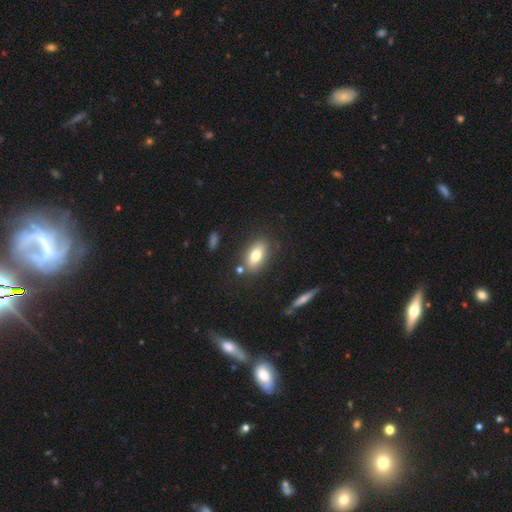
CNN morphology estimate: type=smooth (77%); roundness=in between (87%); merging=none (78%).